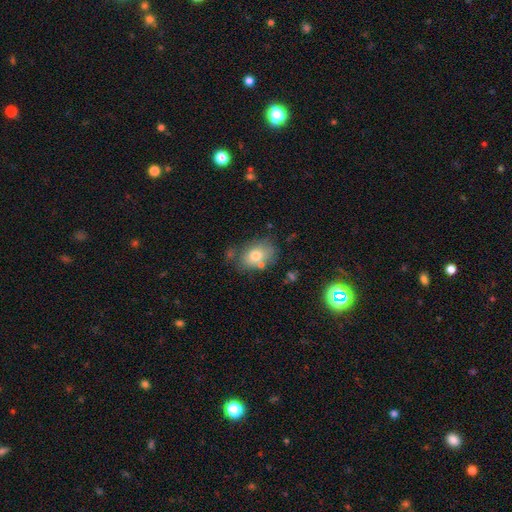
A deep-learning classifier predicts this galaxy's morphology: Smooth or featured?
  - smooth: 75% *
  - featured or disk: 16%
  - star or artifact: 9%
How rounded?
  - in between: 78% *
  - round: 21%
  - cigar-shaped: 1%
Merging?
  - none: 64% *
  - minor disturbance: 21%
  - merger: 9%
  - major disturbance: 6%